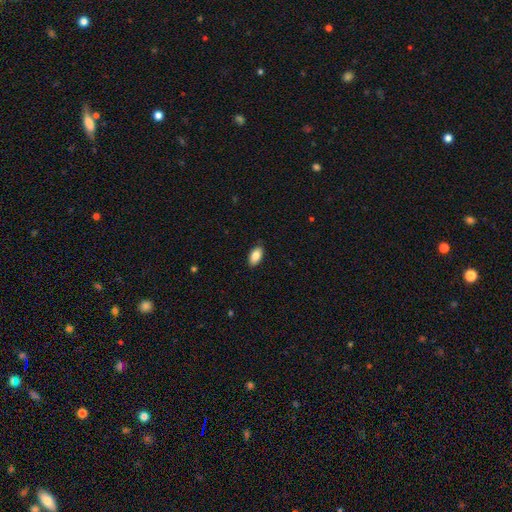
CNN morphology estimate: This is clearly a smooth galaxy (84%). How rounded: clearly in between (93%). Merging: clearly none (88%).